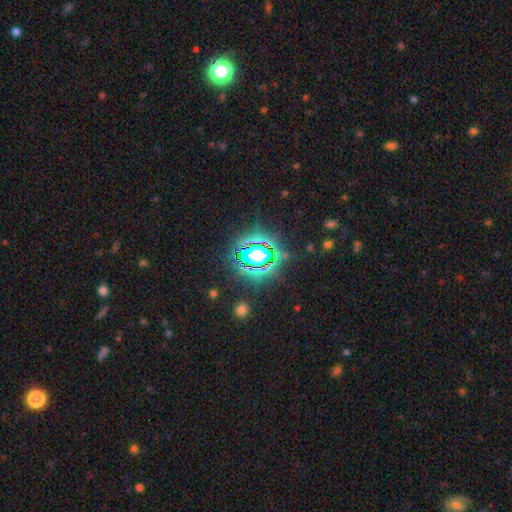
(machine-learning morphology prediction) smooth_or_featured: star or artifact (p=0.78) [alt: smooth p=0.13]